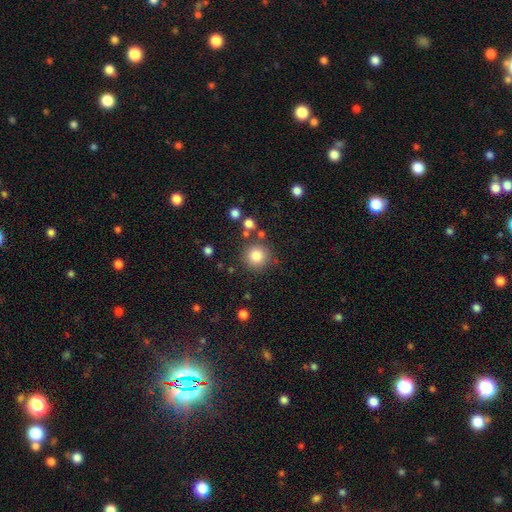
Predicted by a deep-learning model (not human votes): Overall: smooth (83%). How rounded: round (94%). Merging: none (83%).